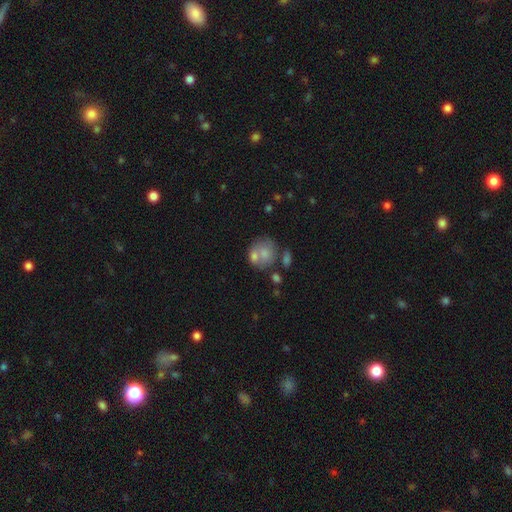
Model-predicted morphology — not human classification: This appears to be a smooth galaxy with no disk features (59%) that is round (75%). Merging: none (44%).